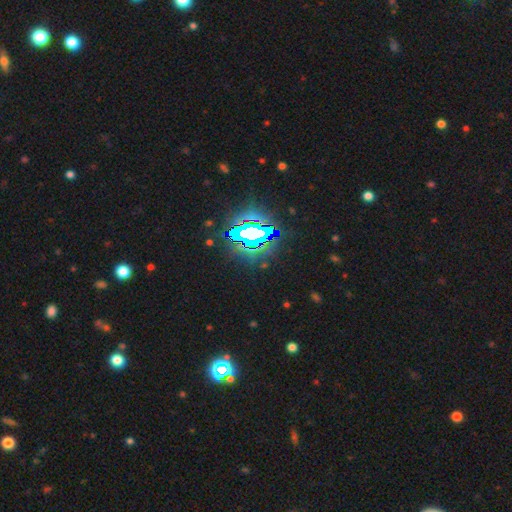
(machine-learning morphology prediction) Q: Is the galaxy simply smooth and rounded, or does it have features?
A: star or artifact — 83%.